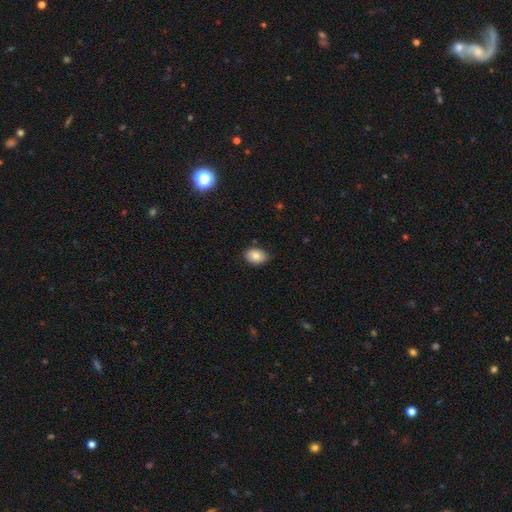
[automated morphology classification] This appears to be a smooth galaxy with no disk features (82%) that is in between round and cigar-shaped (76%). Merging: none (83%).